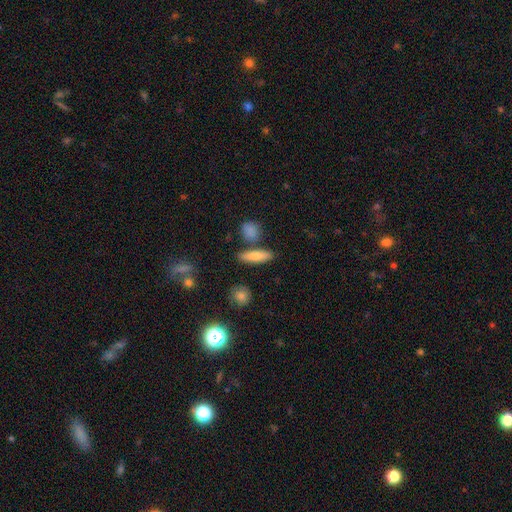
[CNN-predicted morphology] This appears to be a smooth galaxy with no disk features (76%) that is cigar-shaped (57%). Merging: none (79%).